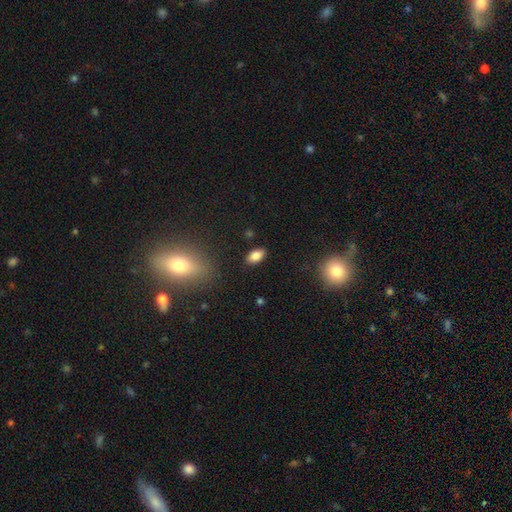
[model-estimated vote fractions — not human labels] The model was most divided on "smooth or featured": smooth: 82%, star or artifact: 9%, featured or disk: 8%. More confident: how rounded — in between (91%); merging — none (87%).